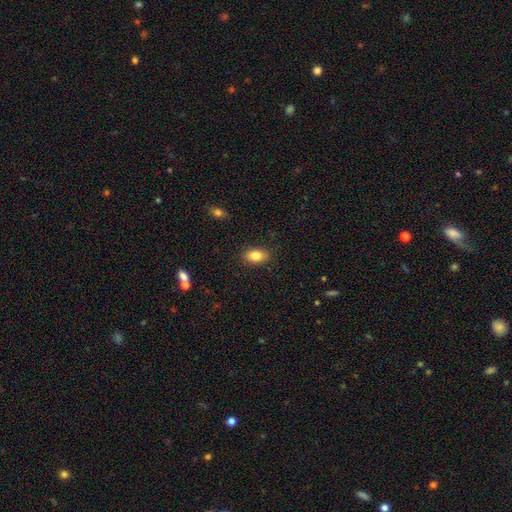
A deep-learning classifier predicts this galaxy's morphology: A smooth galaxy with no disk features (84%) that is in between round and cigar-shaped (87%). Merging: none (86%).